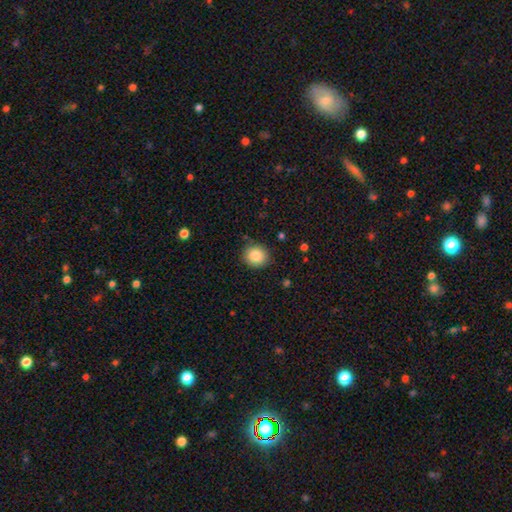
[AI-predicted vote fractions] Morphology: type=smooth (86%); roundness=round (86%); merging=none (87%).